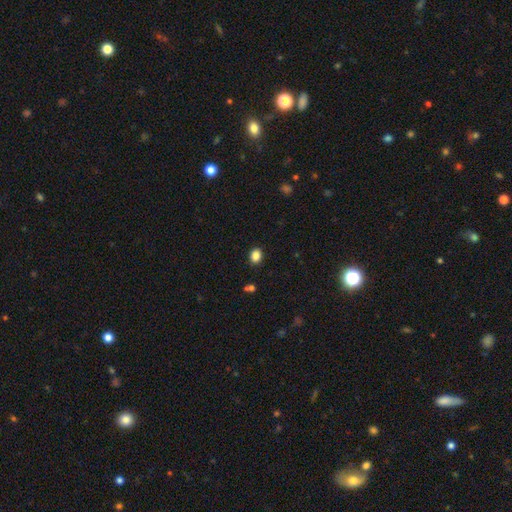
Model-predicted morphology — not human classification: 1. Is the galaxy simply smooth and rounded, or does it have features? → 86% smooth, 10% star or artifact, 4% featured or disk.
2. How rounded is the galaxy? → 62% in between, 37% round, 1% cigar-shaped.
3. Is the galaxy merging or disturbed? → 88% none, 8% minor disturbance, 2% major disturbance, 2% merger.